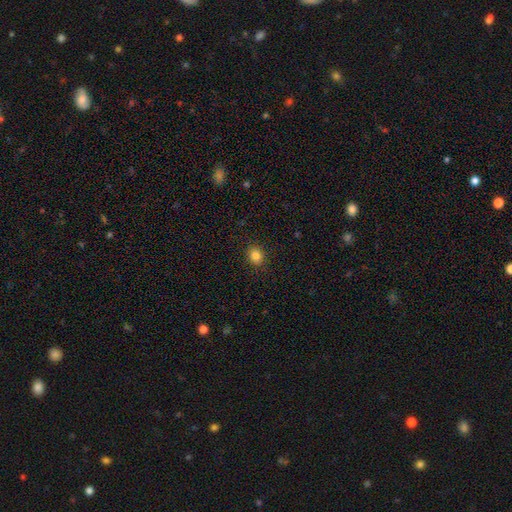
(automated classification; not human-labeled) smooth-or-featured: smooth: 84% | star or artifact: 11% | featured or disk: 5%
  how-rounded: round: 66% | in between: 33% | cigar-shaped: 1%
  merging: none: 89% | minor disturbance: 7% | major disturbance: 2% | merger: 1%